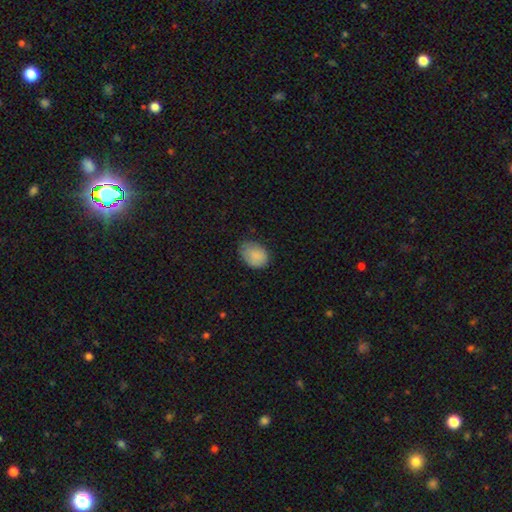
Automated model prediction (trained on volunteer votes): smooth-or-featured: smooth: 85% | featured or disk: 8% | star or artifact: 7%
  how-rounded: in between: 70% | round: 29% | cigar-shaped: 1%
  merging: none: 61% | minor disturbance: 32% | major disturbance: 6% | merger: 1%